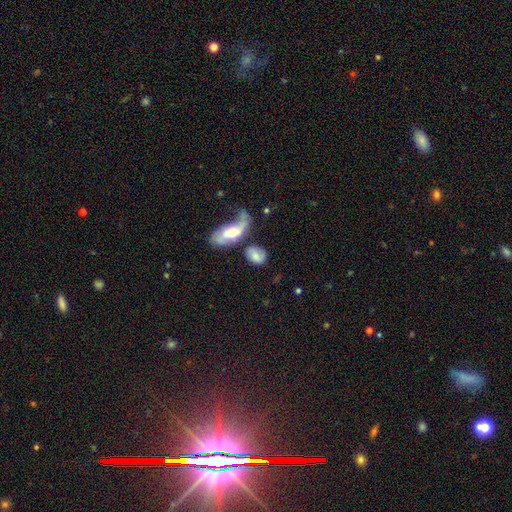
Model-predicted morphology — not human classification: This is likely a smooth galaxy (70%). How rounded: likely in between (70%). Merging: marginally none (42%).